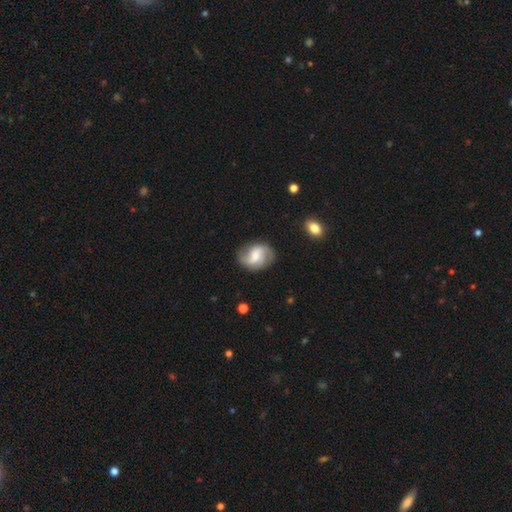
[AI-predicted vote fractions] A featured or disk galaxy (66%) with a weak bar (53%), 2 (72%) loose (50%) spiral arms (91%) and a moderate central bulge (46%).

Vote fractions:
- Smooth or featured? featured or disk: 66% / smooth: 27% / star or artifact: 7%
- Edge-on disk? no: 97% / yes: 3%
- Bar? weak: 53% / no: 27% / strong: 20%
- Spiral arms? yes: 91% / no: 9%
- Spiral winding? loose: 50% / medium: 37% / tight: 13%
- Spiral arm count? 2: 72% / 3: 10% / can't tell: 9% / 1: 4% / 4: 2% / more than 4: 2%
- Bulge size? moderate: 46% / small: 34% / large: 10% / none: 8% / dominant: 2%
- Merging? none: 76% / minor disturbance: 16% / major disturbance: 6% / merger: 2%